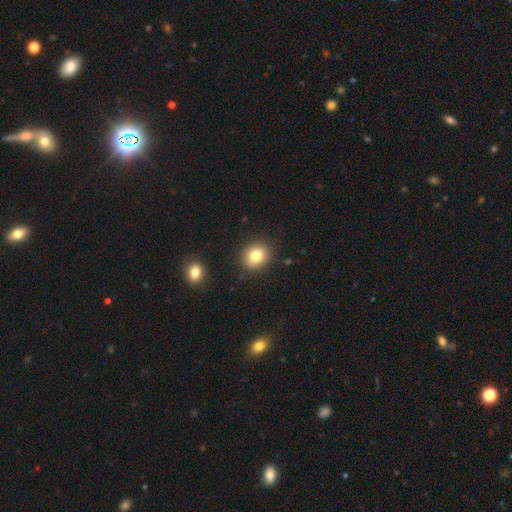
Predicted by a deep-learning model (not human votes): Overall: smooth (79%). How rounded: round (70%). Merging: none (89%).